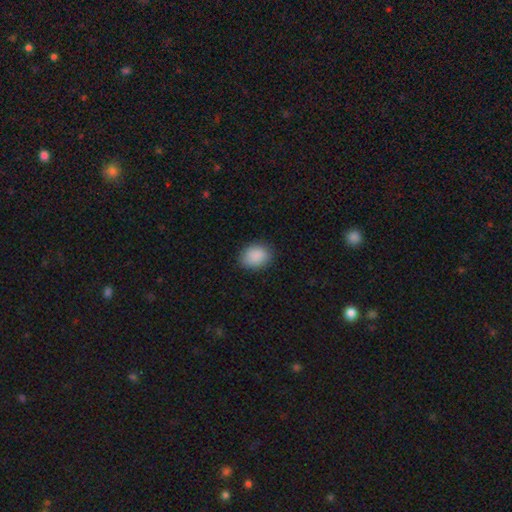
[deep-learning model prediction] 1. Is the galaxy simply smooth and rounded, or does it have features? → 89% smooth, 8% star or artifact, 3% featured or disk.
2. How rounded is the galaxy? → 64% in between, 35% round, 1% cigar-shaped.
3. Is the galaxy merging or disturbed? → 85% none, 12% minor disturbance, 3% major disturbance, 1% merger.